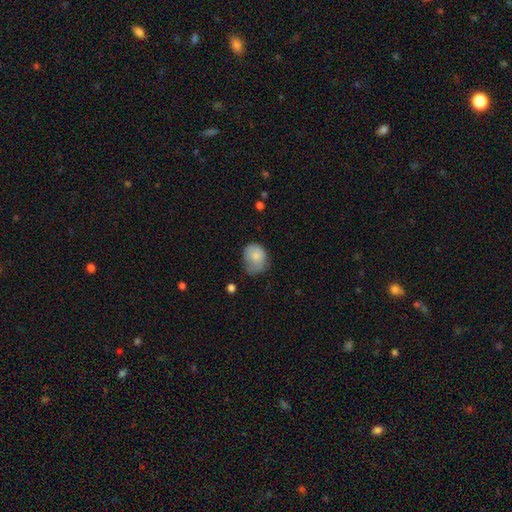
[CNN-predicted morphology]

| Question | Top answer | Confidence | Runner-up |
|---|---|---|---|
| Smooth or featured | smooth | 80% | featured or disk (12%) |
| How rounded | round | 51% | in between (49%) |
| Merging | minor disturbance | 44% | none (34%) |